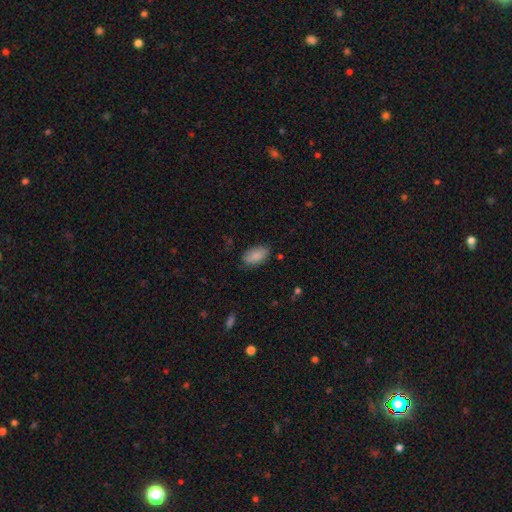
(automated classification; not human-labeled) Smooth or featured: smooth — 88% (star or artifact — 7%)
How rounded: in between — 93% (cigar-shaped — 4%)
Merging: none — 81% (minor disturbance — 14%)